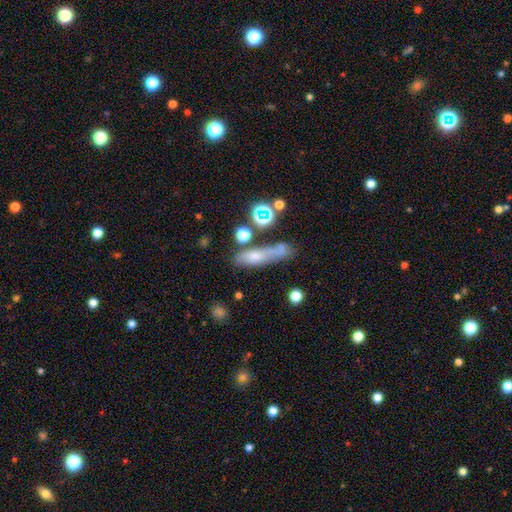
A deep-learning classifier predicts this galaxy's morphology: The model was most divided on "smooth or featured": smooth: 49%, featured or disk: 31%, star or artifact: 20%. More confident: merging — none (52%).